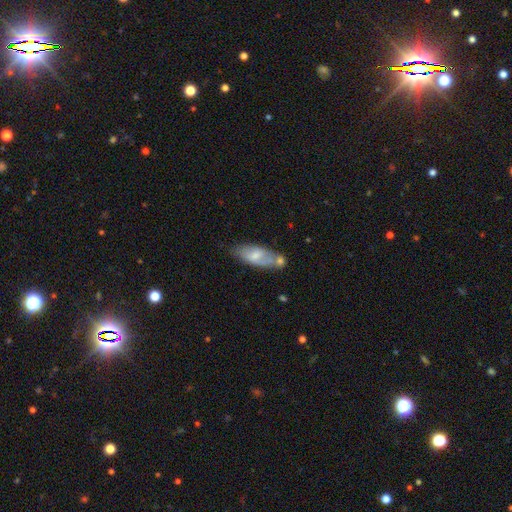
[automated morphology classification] Smooth or featured? Predicted: smooth (p=0.59). How rounded? Predicted: in between (p=0.74). Merging? Predicted: none (p=0.47).